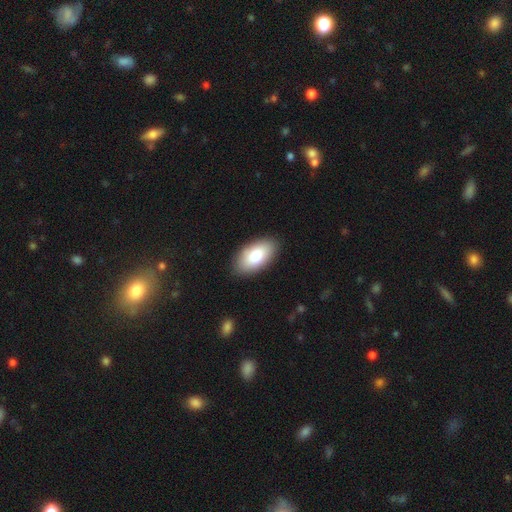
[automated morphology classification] smooth_or_featured: smooth (p=0.84) [alt: featured or disk p=0.10]
how_rounded: in between (p=0.95) [alt: cigar-shaped p=0.03]
merging: none (p=0.88) [alt: minor disturbance p=0.09]